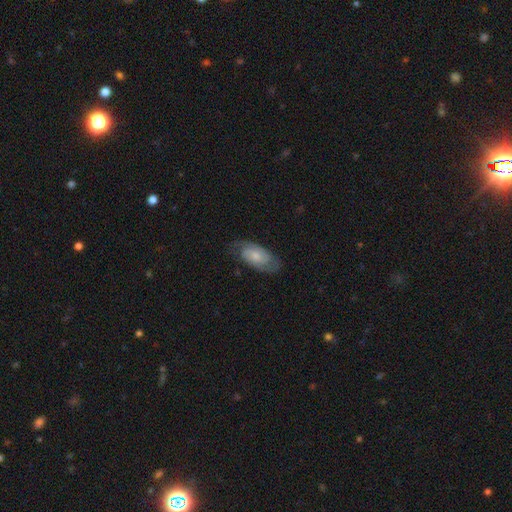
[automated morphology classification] A featured or disk galaxy (65%) with no bar (65%), 2 (76%) tight (44%) spiral arms (90%) and a small central bulge (49%). Merging: none (72%).